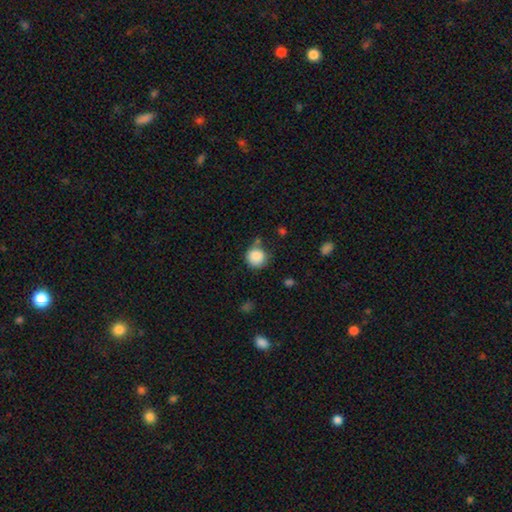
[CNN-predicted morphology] smooth 87%, star or artifact 9%, featured or disk 4%. Down the decision tree: how rounded — round (91%); merging — none (67%).